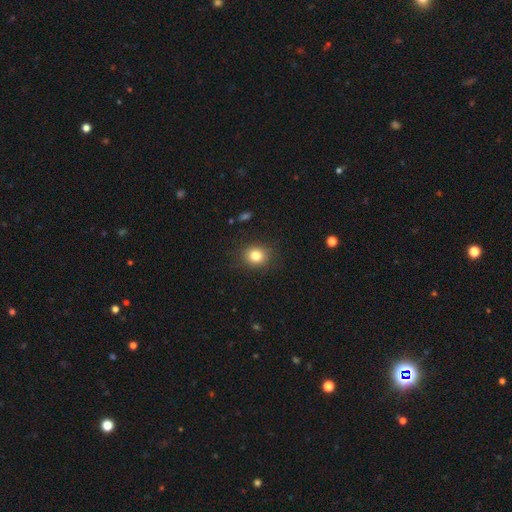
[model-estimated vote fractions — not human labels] smooth 82%, star or artifact 11%, featured or disk 7%. Down the decision tree: how rounded — round (74%); merging — none (87%).